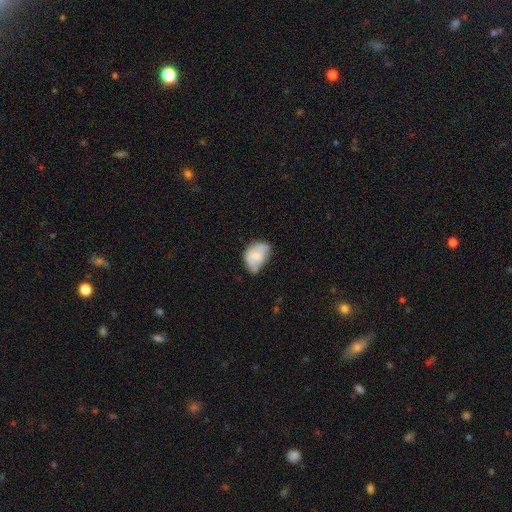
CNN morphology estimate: smooth-or-featured: smooth: 67% | featured or disk: 26% | star or artifact: 7%
  how-rounded: in between: 77% | round: 22% | cigar-shaped: 1%
  merging: minor disturbance: 44% | none: 36% | major disturbance: 14% | merger: 6%